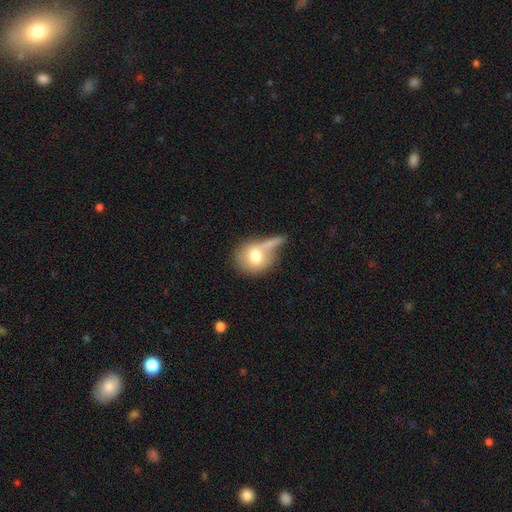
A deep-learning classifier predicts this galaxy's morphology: This is likely a smooth galaxy (71%). How rounded: likely round (67%). Merging: marginally merger (31%).